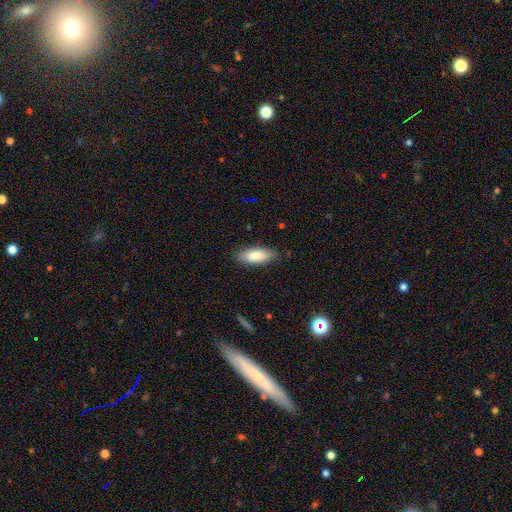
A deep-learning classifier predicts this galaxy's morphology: Q: Smooth or featured?
A: smooth (85%); runner-up: featured or disk (9%)
Q: How rounded?
A: in between (78%); runner-up: cigar-shaped (21%)
Q: Merging?
A: none (83%); runner-up: minor disturbance (13%)